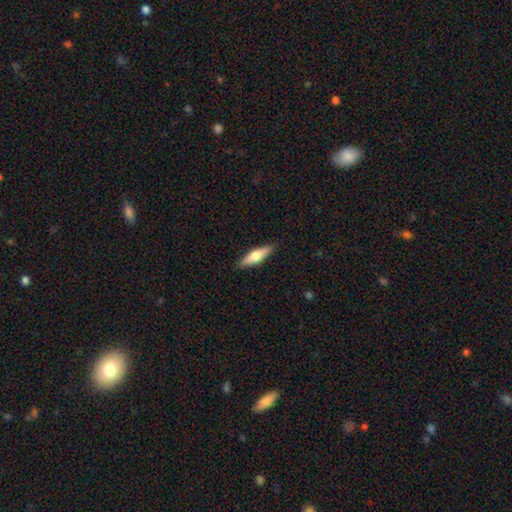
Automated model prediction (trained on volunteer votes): This is possibly a smooth galaxy (53%). How rounded: likely cigar-shaped (65%). Merging: clearly none (90%).